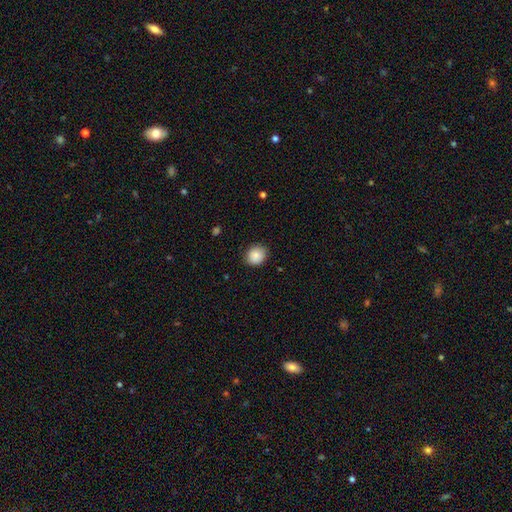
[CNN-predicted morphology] The model was most divided on "how rounded": round: 76%, in between: 23%, cigar-shaped: 1%. More confident: smooth or featured — smooth (88%); merging — none (86%).